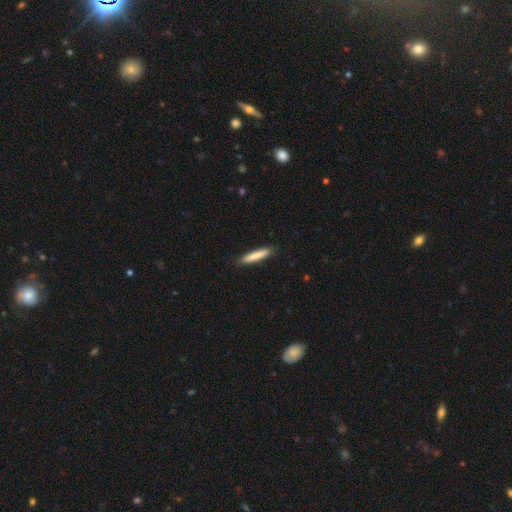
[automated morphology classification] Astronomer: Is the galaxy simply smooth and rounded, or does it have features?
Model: smooth — 82%.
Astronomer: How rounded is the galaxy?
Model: cigar-shaped — 92%.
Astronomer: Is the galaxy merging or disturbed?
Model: none — 89%.